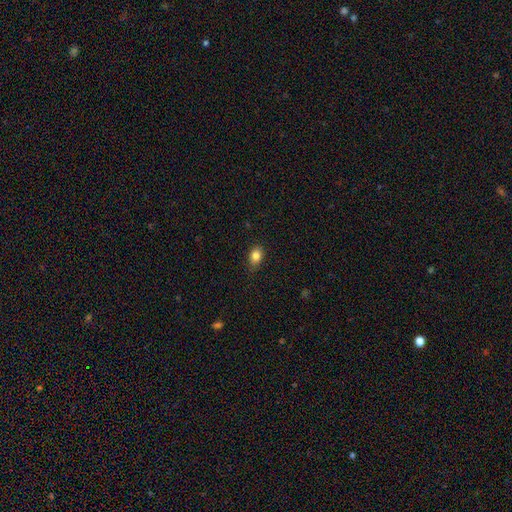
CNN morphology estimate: type=smooth (84%); roundness=in between (71%); merging=none (80%).